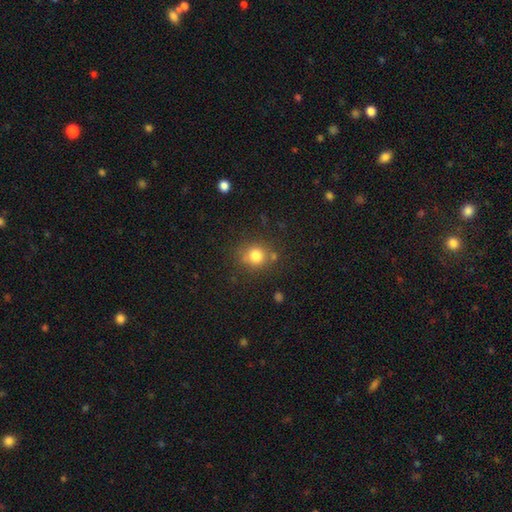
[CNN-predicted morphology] Q: Smooth or featured?
A: smooth (79%); runner-up: star or artifact (13%)
Q: How rounded?
A: round (83%); runner-up: in between (16%)
Q: Merging?
A: none (75%); runner-up: minor disturbance (13%)